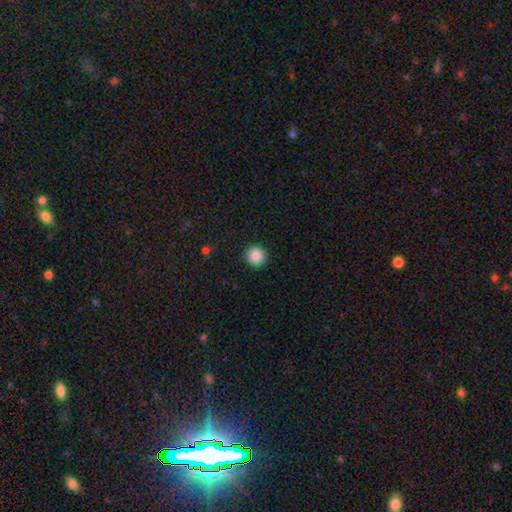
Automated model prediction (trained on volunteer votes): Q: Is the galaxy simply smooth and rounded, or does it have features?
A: smooth — 88%.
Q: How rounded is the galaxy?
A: round — 95%.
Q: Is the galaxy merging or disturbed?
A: none — 93%.